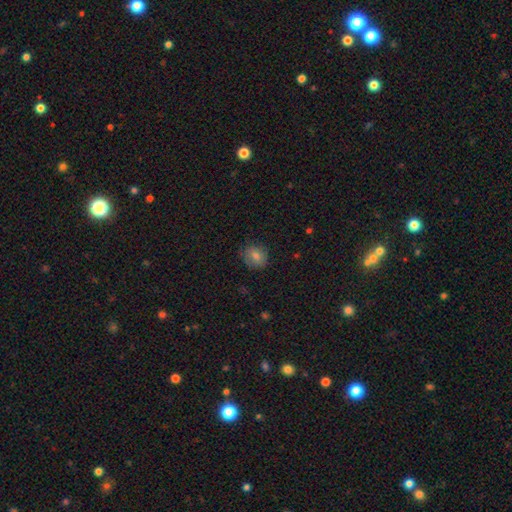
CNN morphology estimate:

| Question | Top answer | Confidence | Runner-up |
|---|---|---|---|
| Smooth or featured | smooth | 68% | featured or disk (17%) |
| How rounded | round | 70% | in between (29%) |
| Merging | none | 82% | minor disturbance (14%) |